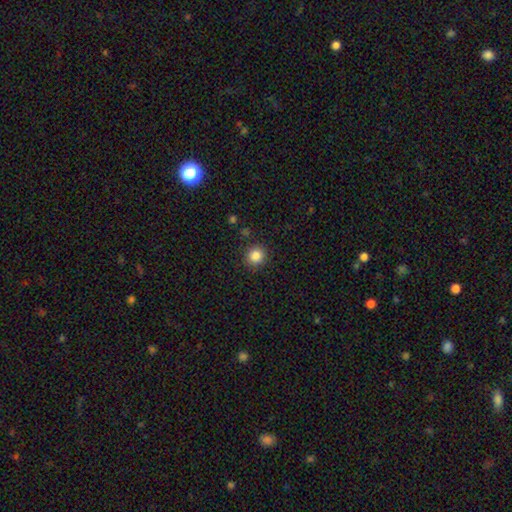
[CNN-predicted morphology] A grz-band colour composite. It shows a smooth galaxy with no disk features (85%) that is round (92%). Merging: none (90%).